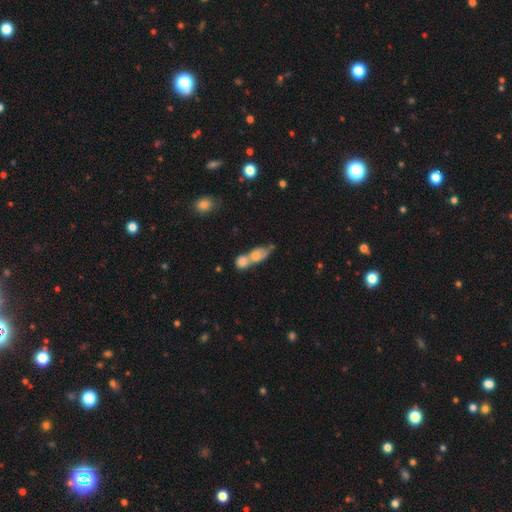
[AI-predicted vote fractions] The model was most divided on "smooth or featured": smooth: 66%, featured or disk: 24%, star or artifact: 9%. More confident: merging — merger (73%); how rounded — in between (69%).